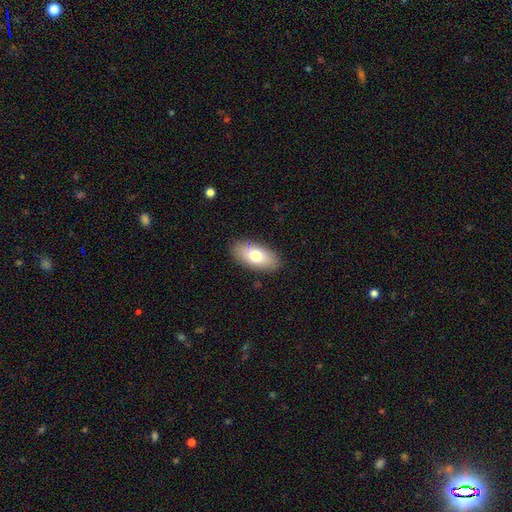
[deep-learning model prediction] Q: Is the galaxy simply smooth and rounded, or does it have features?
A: smooth — 73%.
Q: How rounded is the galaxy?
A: in between — 90%.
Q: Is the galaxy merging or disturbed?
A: none — 87%.